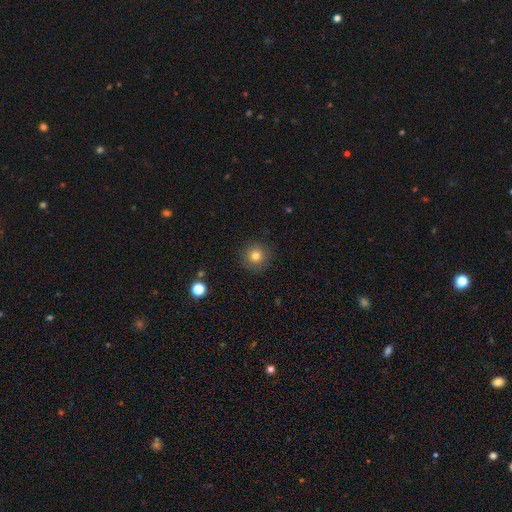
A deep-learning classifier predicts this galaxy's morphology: This appears to be a smooth galaxy with no disk features (78%) that is round (95%). Merging: none (90%).